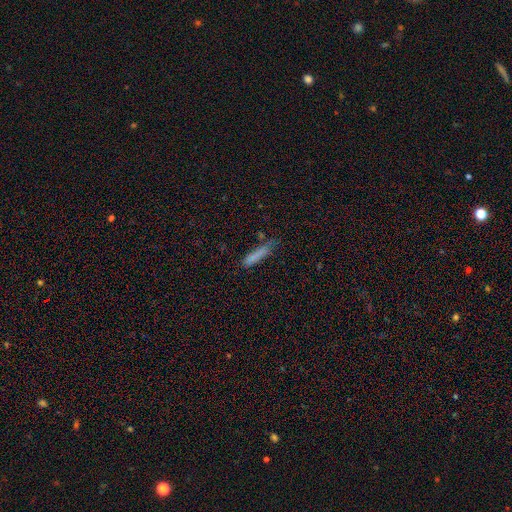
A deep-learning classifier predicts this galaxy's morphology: Overall: smooth (81%). How rounded: cigar-shaped (86%). Merging: none (67%).